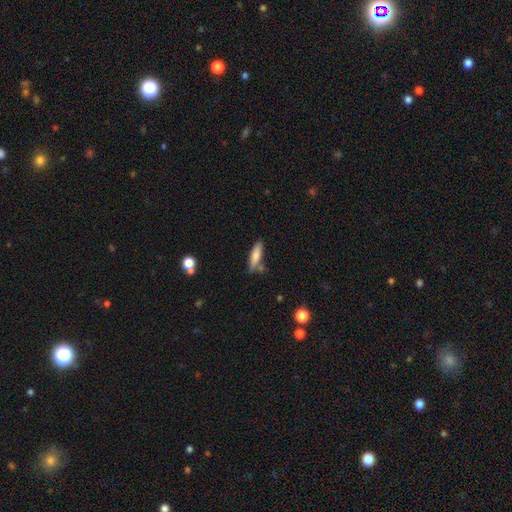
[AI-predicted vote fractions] This is likely a smooth galaxy (78%). How rounded: likely cigar-shaped (64%). Merging: likely none (70%).